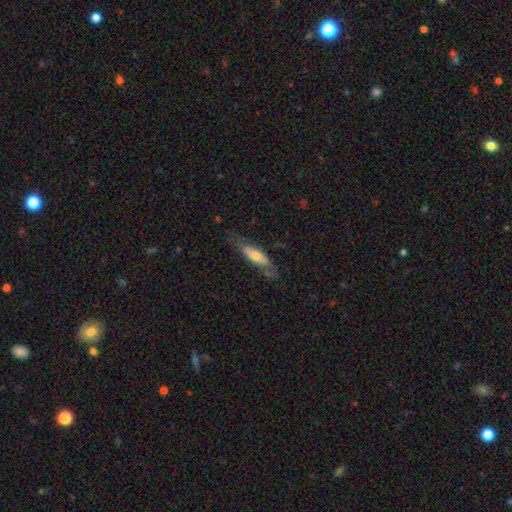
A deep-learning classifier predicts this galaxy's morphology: A smooth galaxy with no disk features (49%). Merging: none (63%).